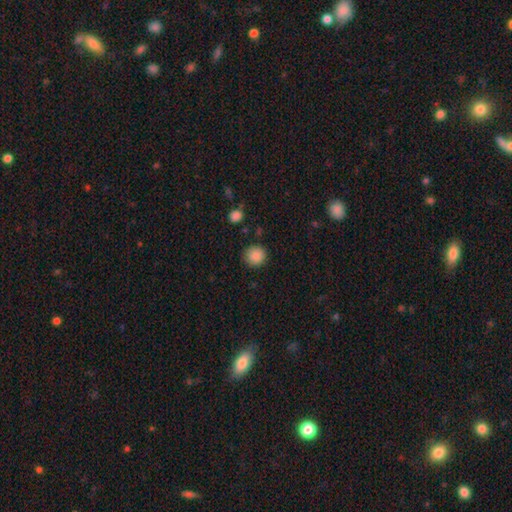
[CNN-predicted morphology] Q: Smooth or featured?
A: smooth (87%); runner-up: star or artifact (9%)
Q: How rounded?
A: round (91%); runner-up: in between (8%)
Q: Merging?
A: none (88%); runner-up: minor disturbance (8%)